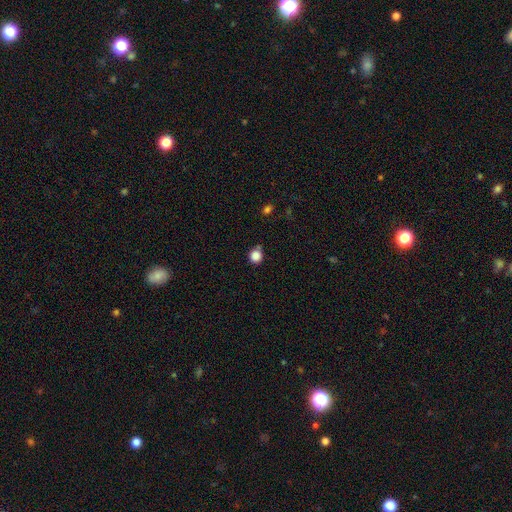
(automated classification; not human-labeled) This appears to be a smooth galaxy with no disk features (86%) that is round (92%). Merging: none (77%).